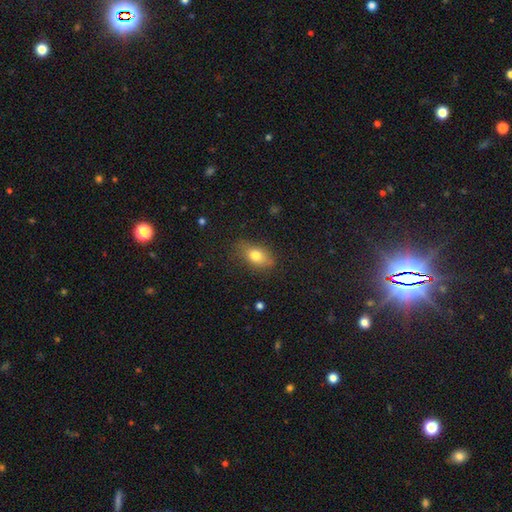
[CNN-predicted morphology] Smooth or featured?
  - smooth: 77% *
  - featured or disk: 14%
  - star or artifact: 9%
How rounded?
  - in between: 82% *
  - round: 13%
  - cigar-shaped: 5%
Merging?
  - none: 75% *
  - minor disturbance: 19%
  - major disturbance: 5%
  - merger: 1%